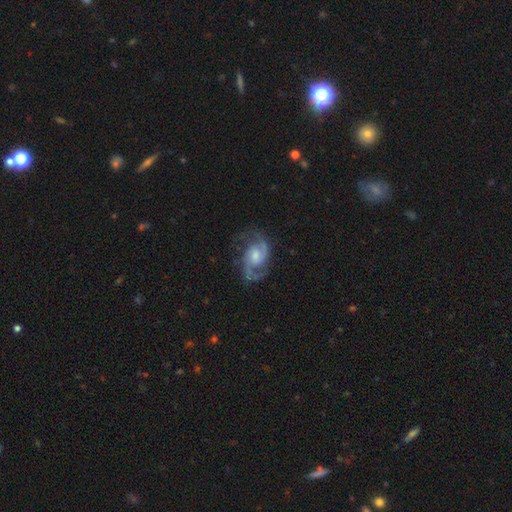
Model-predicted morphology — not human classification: smooth_or_featured: featured or disk (p=0.89) [alt: smooth p=0.06]
disk_edge_on: no (p=0.97) [alt: yes p=0.03]
bar: no (p=0.55) [alt: weak p=0.39]
has_spiral_arms: yes (p=0.97) [alt: no p=0.03]
spiral_winding: medium (p=0.58) [alt: loose p=0.22]
spiral_arm_count: 2 (p=0.89) [alt: can't tell p=0.03]
bulge_size: moderate (p=0.48) [alt: small p=0.35]
merging: none (p=0.72) [alt: minor disturbance p=0.17]